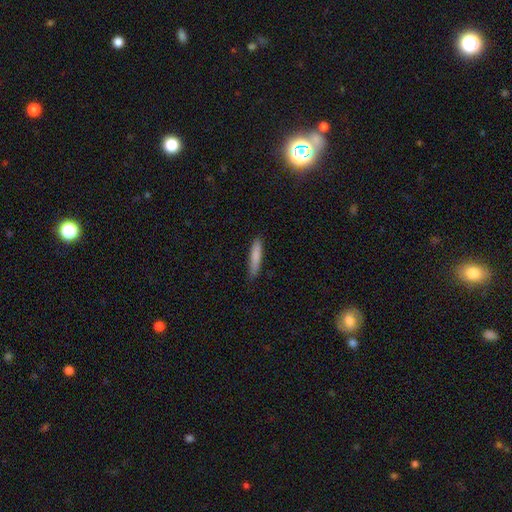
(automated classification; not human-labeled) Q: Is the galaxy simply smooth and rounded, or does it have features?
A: smooth — 82%.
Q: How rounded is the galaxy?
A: cigar-shaped — 87%.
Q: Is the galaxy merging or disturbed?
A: none — 86%.